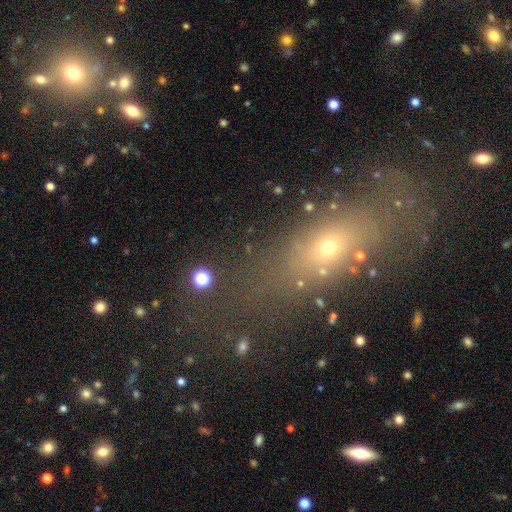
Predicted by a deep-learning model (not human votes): Q: Smooth or featured?
A: smooth (49%); runner-up: star or artifact (29%)
Q: Merging?
A: none (70%); runner-up: minor disturbance (15%)